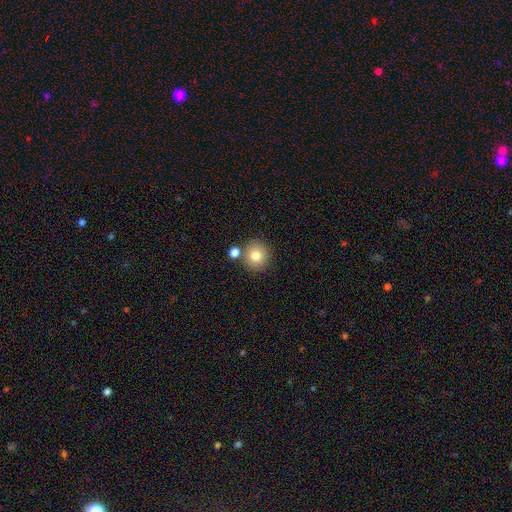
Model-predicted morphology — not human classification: Overall: smooth (80%). How rounded: round (89%). Merging: none (76%).